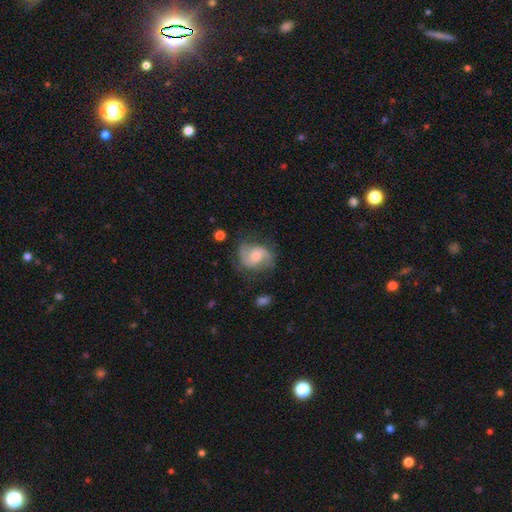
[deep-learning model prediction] smooth-or-featured: featured or disk: 71% | smooth: 22% | star or artifact: 7%
  disk-edge-on: no: 97% | yes: 3%
    bar: no: 55% | weak: 36% | strong: 9%
    has-spiral-arms: yes: 92% | no: 8%
      spiral-winding: medium: 45% | loose: 40% | tight: 16%
      spiral-arm-count: 2: 85% | can't tell: 7% | 1: 3% | 3: 3% | 4: 1% | more than 4: 1%
    bulge-size: moderate: 48% | small: 44% | large: 4% | none: 3% | dominant: 1%
  merging: none: 65% | minor disturbance: 22% | major disturbance: 11% | merger: 2%